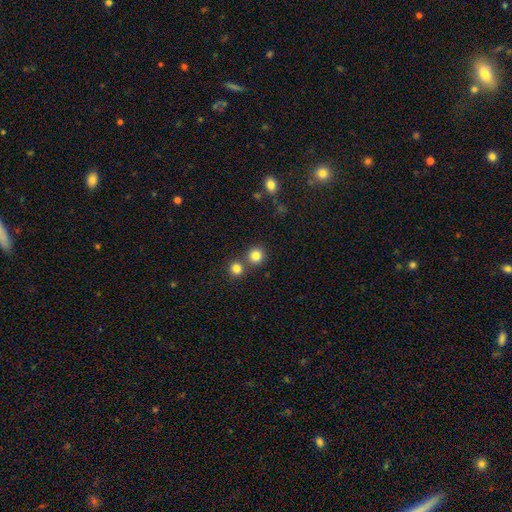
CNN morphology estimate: smooth_or_featured: smooth (p=0.82) [alt: star or artifact p=0.13]
how_rounded: round (p=0.92) [alt: in between p=0.07]
merging: none (p=0.74) [alt: merger p=0.18]